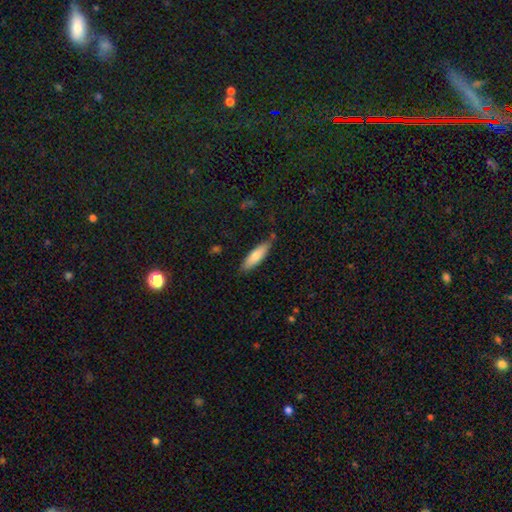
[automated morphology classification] Smooth or featured: smooth — 79% (featured or disk — 15%)
How rounded: cigar-shaped — 62% (in between — 37%)
Merging: none — 77% (minor disturbance — 17%)